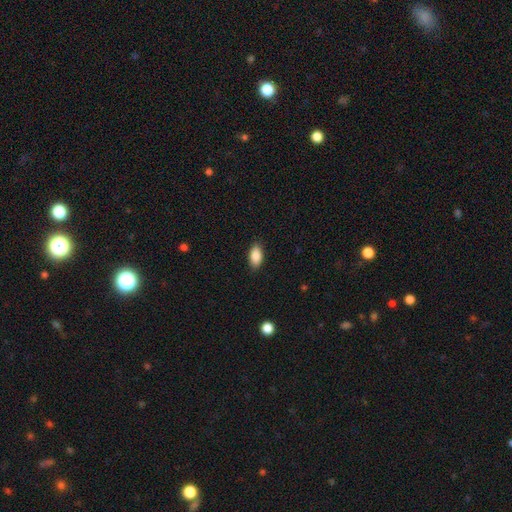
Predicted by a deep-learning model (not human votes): This is clearly a smooth galaxy (88%). How rounded: clearly in between (93%). Merging: clearly none (88%).